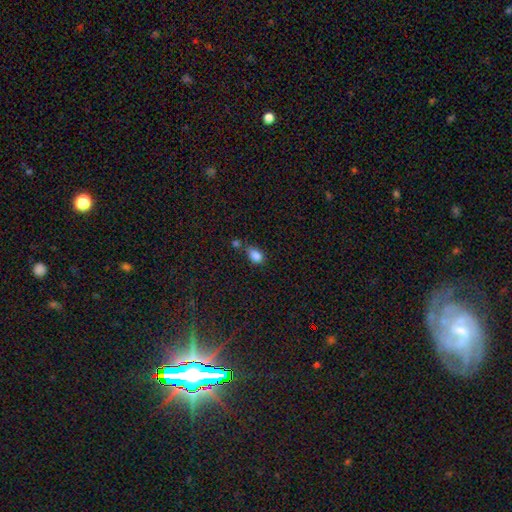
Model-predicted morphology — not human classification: A smooth galaxy with no disk features (85%) that is in between round and cigar-shaped (81%). Merging: none (47%).